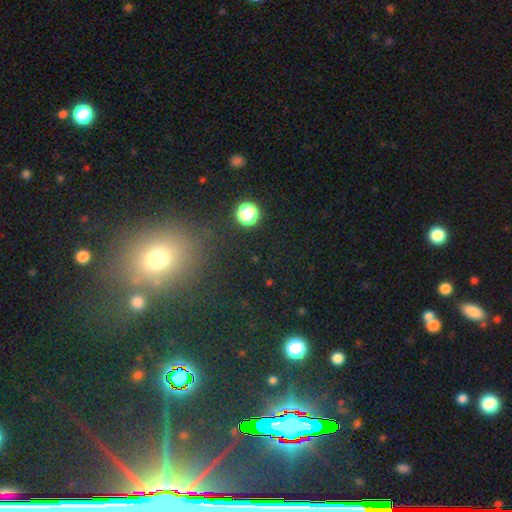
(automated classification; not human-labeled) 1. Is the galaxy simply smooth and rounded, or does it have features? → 52% star or artifact, 37% smooth, 11% featured or disk.